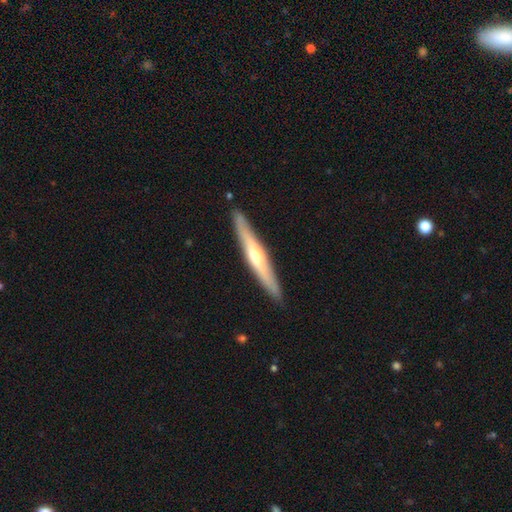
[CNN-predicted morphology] A featured or disk galaxy (61%) viewed edge-on (95%) with a rounded central bulge (77%).

Vote fractions:
- Smooth or featured? featured or disk: 61% / smooth: 34% / star or artifact: 5%
- Edge-on disk? yes: 95% / no: 5%
- Edge-on bulge? rounded: 77% / none: 17% / boxy: 6%
- Merging? none: 91% / minor disturbance: 7% / major disturbance: 1% / merger: 1%